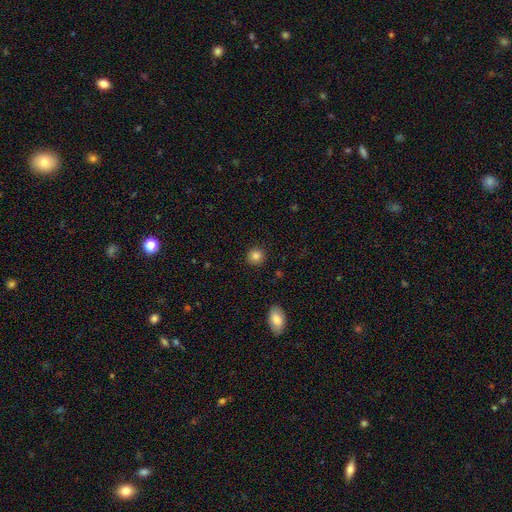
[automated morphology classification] A smooth galaxy with no disk features (84%) that is round (91%).

Vote fractions:
- Smooth or featured? smooth: 84% / star or artifact: 11% / featured or disk: 5%
- How rounded? round: 91% / in between: 8% / cigar-shaped: 1%
- Merging? none: 91% / minor disturbance: 6% / major disturbance: 2% / merger: 1%